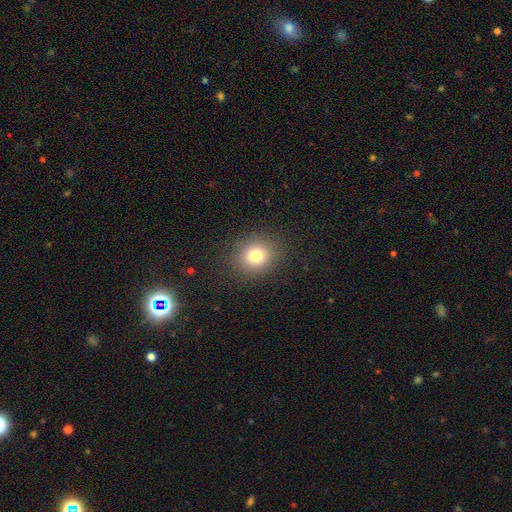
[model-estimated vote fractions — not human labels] A smooth galaxy with no disk features (78%) that is round (80%). Merging: none (88%).